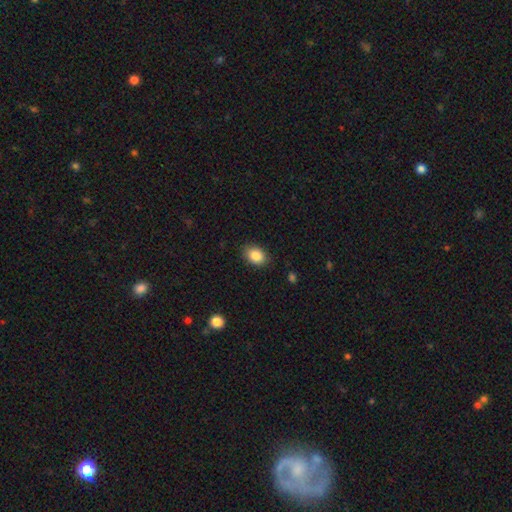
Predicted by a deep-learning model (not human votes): Morphology: type=smooth (86%); roundness=in between (73%); merging=none (86%).